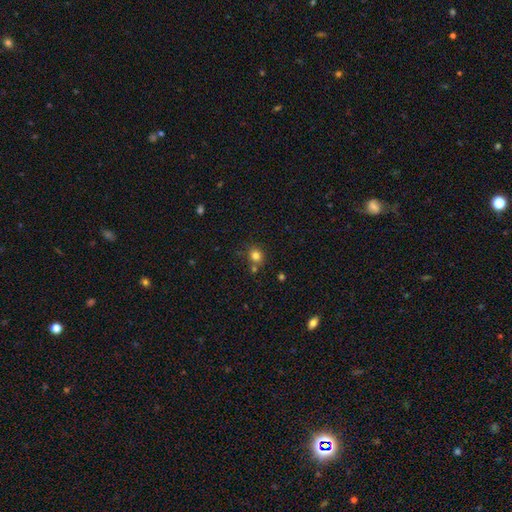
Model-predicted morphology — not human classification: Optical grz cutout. It shows a smooth galaxy with no disk features (80%) that is round (78%). Merging: none (71%).